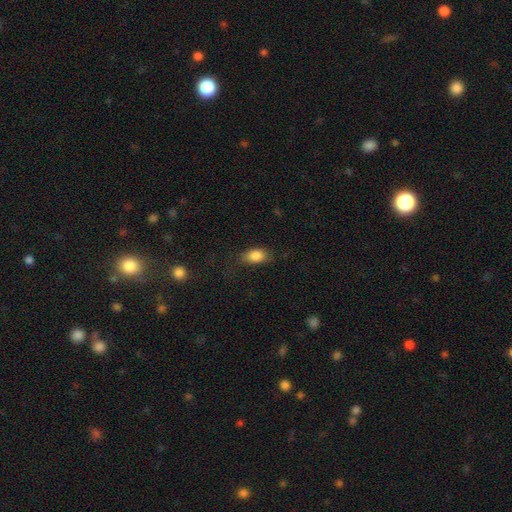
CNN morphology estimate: A smooth galaxy with no disk features (86%) that is in between round and cigar-shaped (86%). Merging: none (68%).